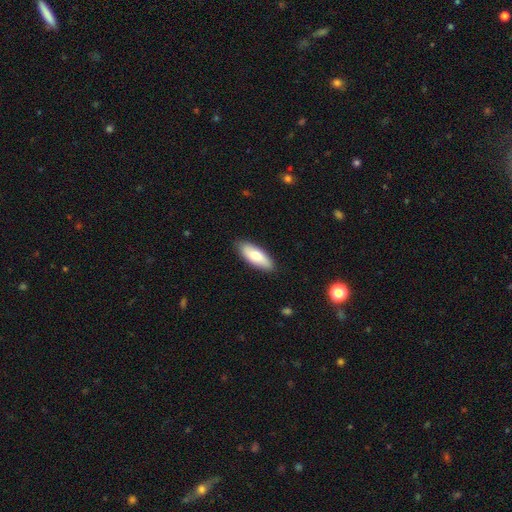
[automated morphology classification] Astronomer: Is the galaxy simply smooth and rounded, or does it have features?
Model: smooth — 75%.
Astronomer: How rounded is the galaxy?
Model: in between — 74%.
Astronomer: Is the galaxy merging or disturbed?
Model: none — 87%.